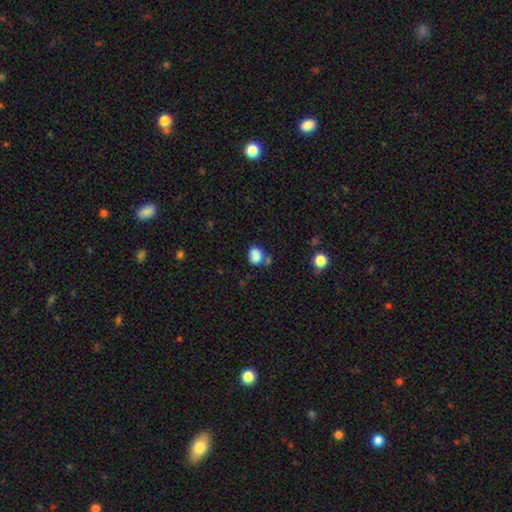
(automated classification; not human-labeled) Q: Smooth or featured?
A: smooth (81%); runner-up: star or artifact (10%)
Q: How rounded?
A: round (55%); runner-up: in between (44%)
Q: Merging?
A: none (50%); runner-up: minor disturbance (23%)